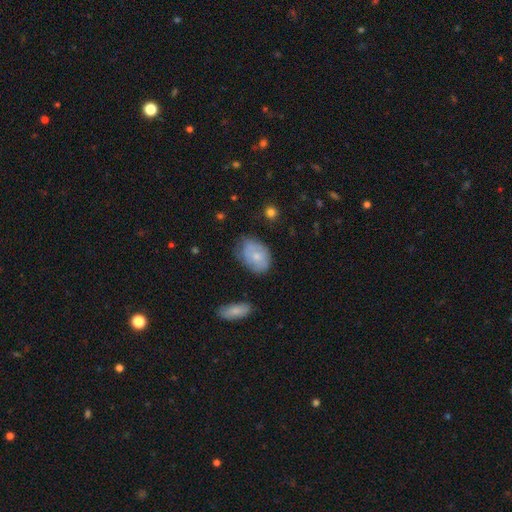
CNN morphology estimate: Smooth or featured? Predicted: smooth (p=0.65). How rounded? Predicted: in between (p=0.82). Merging? Predicted: none (p=0.60).